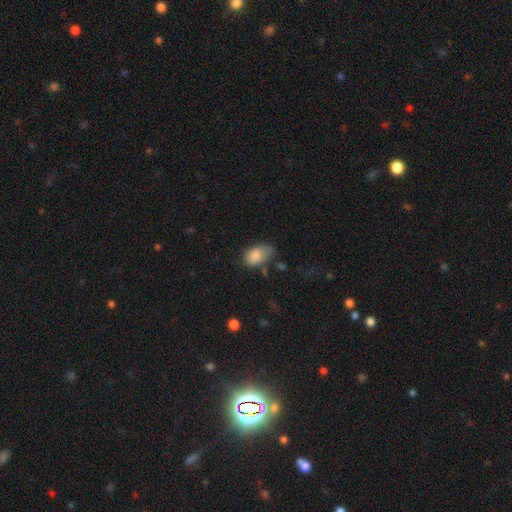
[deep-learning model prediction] A smooth galaxy with no disk features (83%) that is in between round and cigar-shaped (89%). Merging: none (46%).